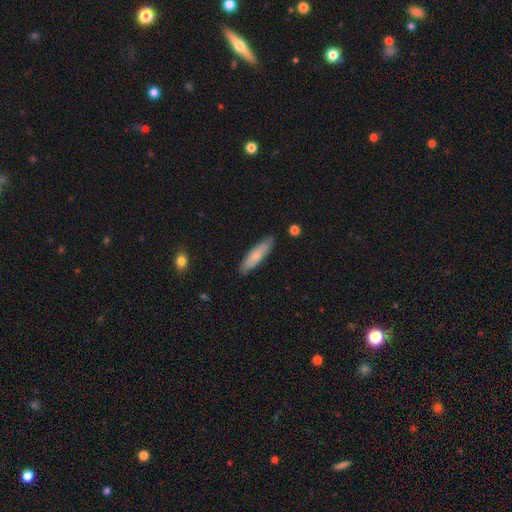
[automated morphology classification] Overall: smooth (73%). How rounded: cigar-shaped (72%). Merging: none (86%).